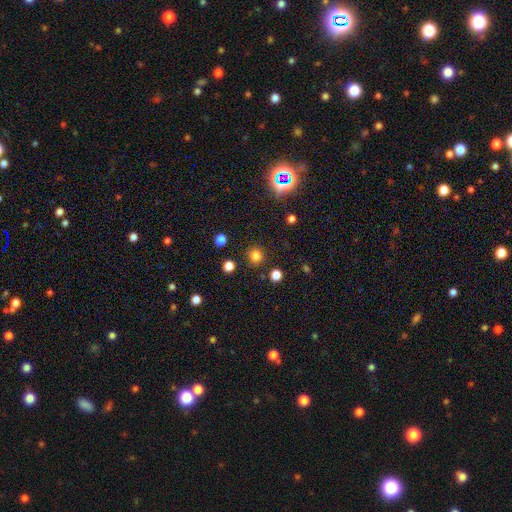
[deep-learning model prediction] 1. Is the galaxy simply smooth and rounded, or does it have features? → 77% smooth, 18% star or artifact, 5% featured or disk.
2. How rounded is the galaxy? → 92% round, 7% in between, 1% cigar-shaped.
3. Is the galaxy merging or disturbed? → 88% none, 7% minor disturbance, 3% major disturbance, 3% merger.